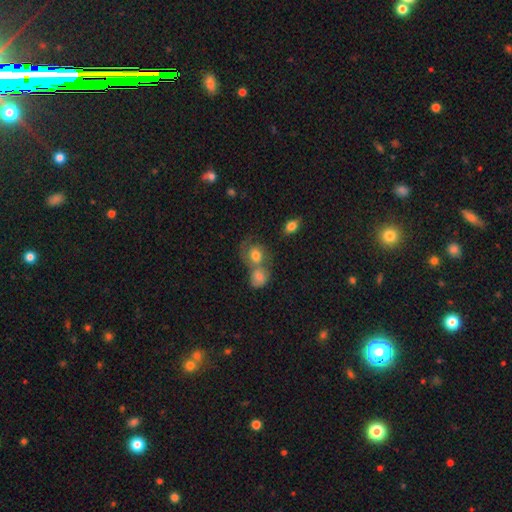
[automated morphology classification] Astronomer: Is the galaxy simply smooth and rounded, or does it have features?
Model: smooth — 68%.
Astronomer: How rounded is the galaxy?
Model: round — 63%.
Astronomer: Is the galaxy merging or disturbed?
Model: merger — 56%.